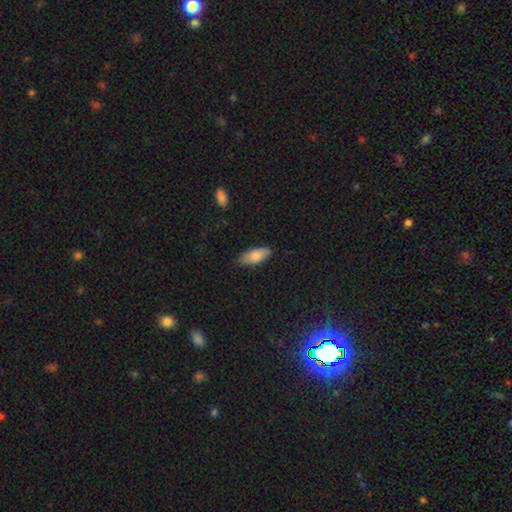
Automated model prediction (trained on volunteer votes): Smooth or featured? smooth (83%)
How rounded? in between (80%)
Merging? none (84%)